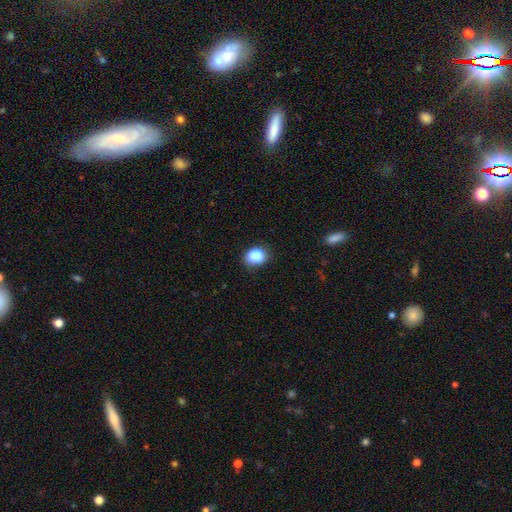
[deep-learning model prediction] Morphology: type=smooth (87%); roundness=in between (62%); merging=none (80%).